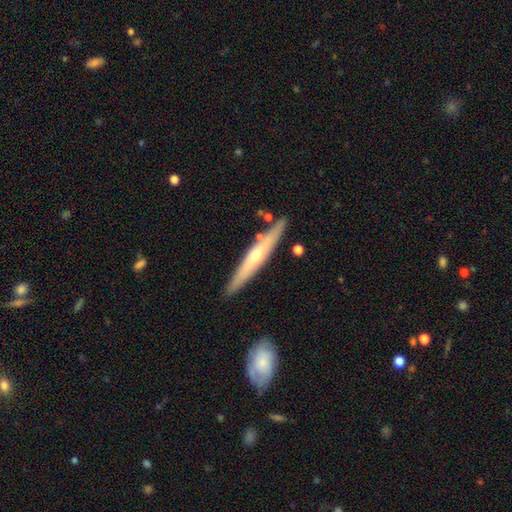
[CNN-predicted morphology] Smooth or featured? Predicted: featured or disk (p=0.58). Edge-on disk? Predicted: yes (p=0.94). Edge-on bulge? Predicted: rounded (p=0.76). Merging? Predicted: none (p=0.86).